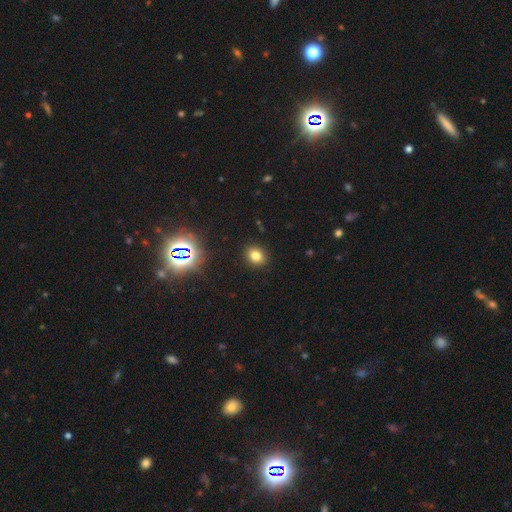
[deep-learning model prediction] A smooth galaxy with no disk features (77%) that is in between round and cigar-shaped (51%).

Vote fractions:
- Smooth or featured? smooth: 77% / star or artifact: 17% / featured or disk: 7%
- How rounded? in between: 51% / round: 48% / cigar-shaped: 1%
- Merging? none: 90% / minor disturbance: 7% / major disturbance: 2% / merger: 1%